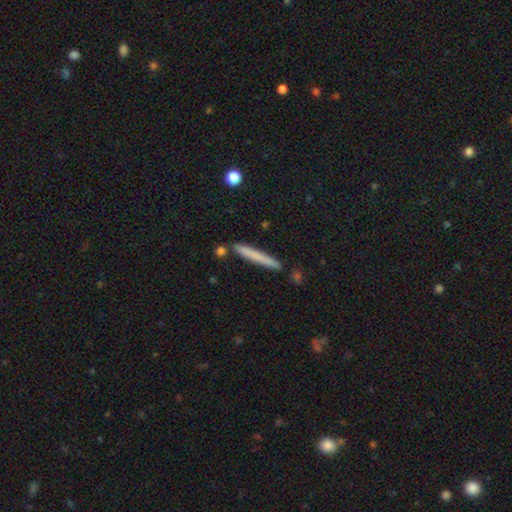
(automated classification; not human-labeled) Smooth or featured: smooth — 69% (featured or disk — 25%)
How rounded: cigar-shaped — 97% (in between — 2%)
Merging: none — 86% (minor disturbance — 9%)